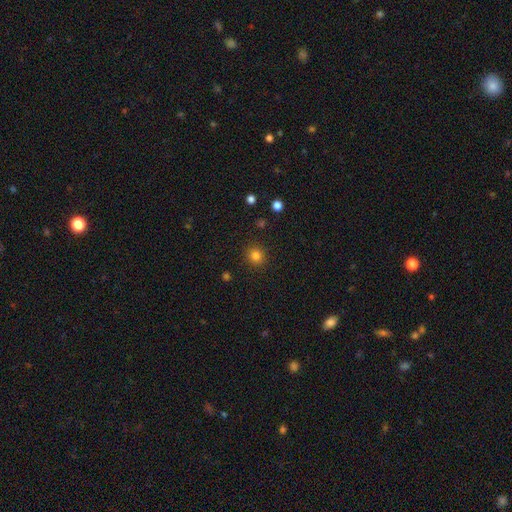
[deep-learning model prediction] A smooth galaxy with no disk features (82%) that is round (89%).

Vote fractions:
- Smooth or featured? smooth: 82% / star or artifact: 13% / featured or disk: 5%
- How rounded? round: 89% / in between: 10% / cigar-shaped: 1%
- Merging? none: 90% / minor disturbance: 6% / major disturbance: 2% / merger: 1%